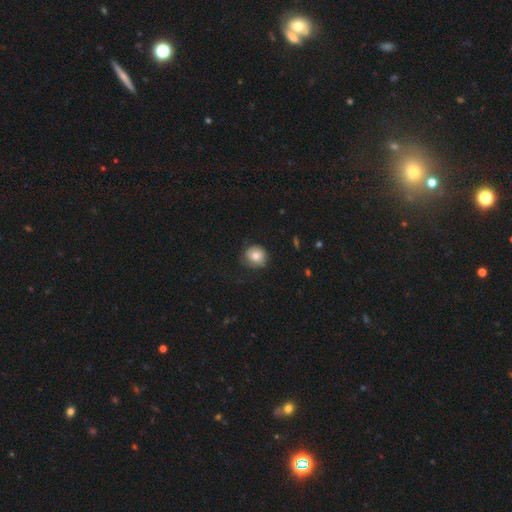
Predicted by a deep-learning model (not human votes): Smooth or featured? Predicted: smooth (p=0.73). How rounded? Predicted: round (p=0.84). Merging? Predicted: none (p=0.70).